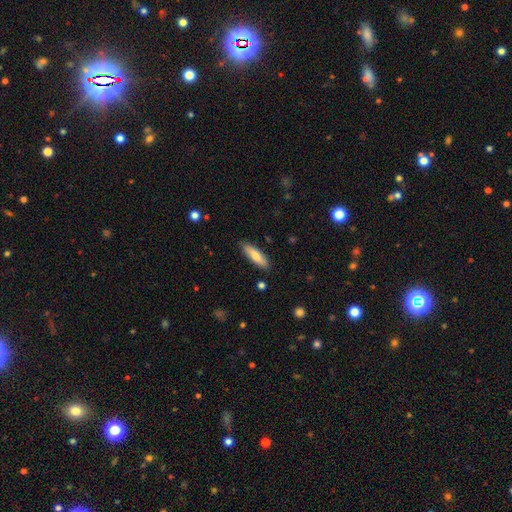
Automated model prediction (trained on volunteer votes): Smooth or featured? Predicted: smooth (p=0.75). How rounded? Predicted: cigar-shaped (p=0.61). Merging? Predicted: none (p=0.87).